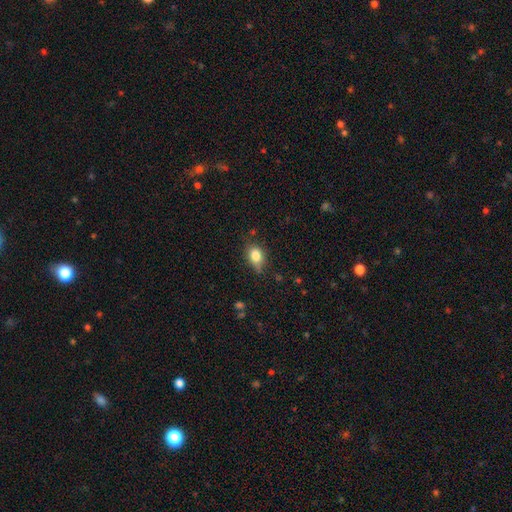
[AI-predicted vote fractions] Morphology: type=smooth (81%); roundness=in between (73%); merging=none (62%).